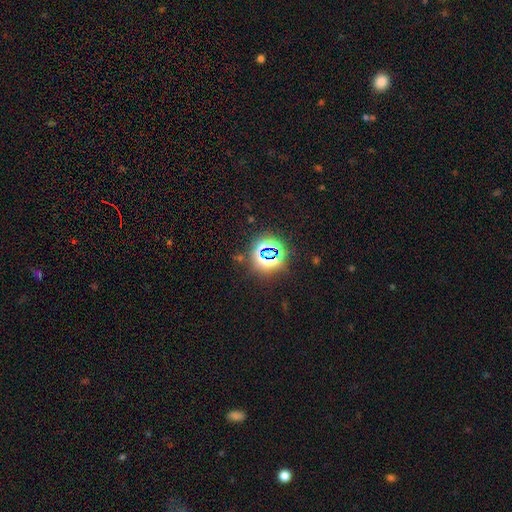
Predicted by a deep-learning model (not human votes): Overall: star or artifact (75%).